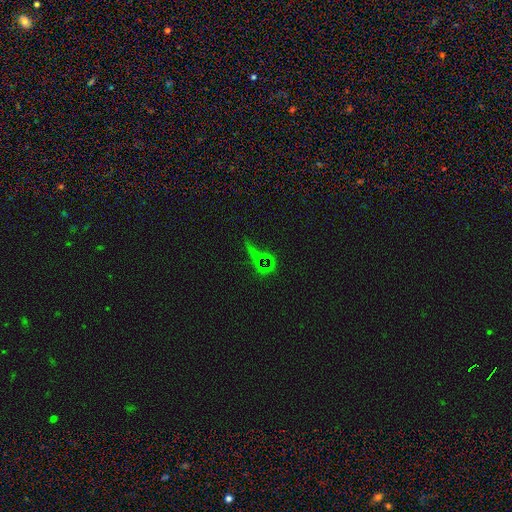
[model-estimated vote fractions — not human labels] Smooth or featured: star or artifact — 61% (smooth — 20%)